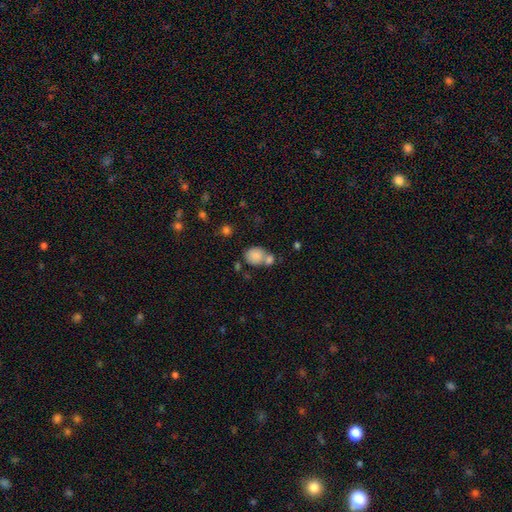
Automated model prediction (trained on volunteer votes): smooth_or_featured: smooth (p=0.83) [alt: star or artifact p=0.09]
how_rounded: round (p=0.58) [alt: in between p=0.41]
merging: none (p=0.42) [tied with: merger p=0.42]